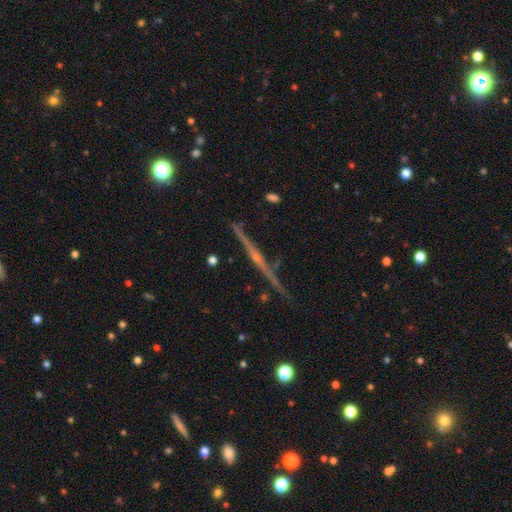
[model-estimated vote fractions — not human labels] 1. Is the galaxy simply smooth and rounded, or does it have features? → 82% featured or disk, 10% smooth, 8% star or artifact.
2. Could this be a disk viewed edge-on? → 97% yes, 3% no.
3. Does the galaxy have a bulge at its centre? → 66% rounded, 25% none, 9% boxy.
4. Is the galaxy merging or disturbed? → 85% none, 10% minor disturbance, 2% major disturbance, 2% merger.